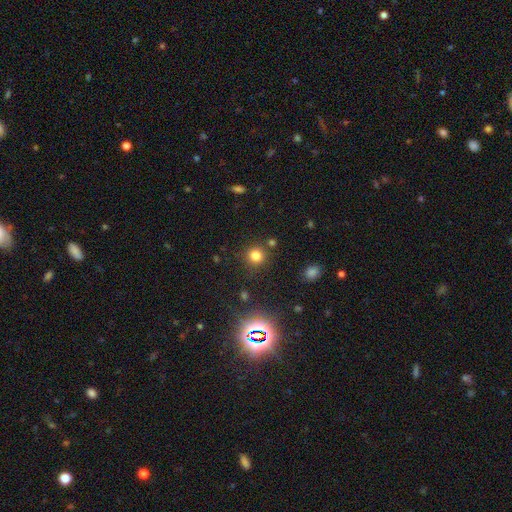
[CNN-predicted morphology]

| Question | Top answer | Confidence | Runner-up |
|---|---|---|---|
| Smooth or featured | smooth | 76% | star or artifact (19%) |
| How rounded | round | 92% | in between (7%) |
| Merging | none | 83% | minor disturbance (8%) |